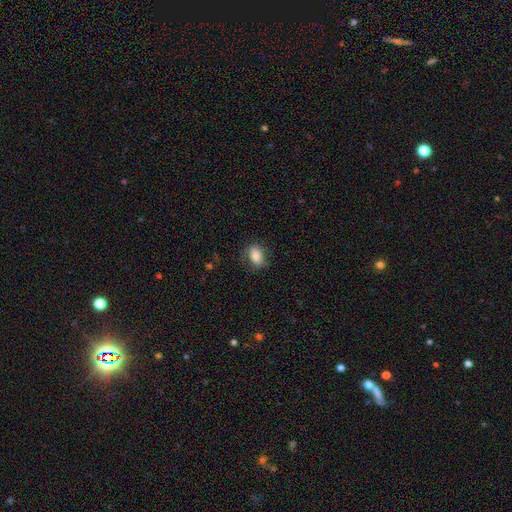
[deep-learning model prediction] A smooth galaxy with no disk features (76%) that is in between round and cigar-shaped (78%). Merging: none (72%).